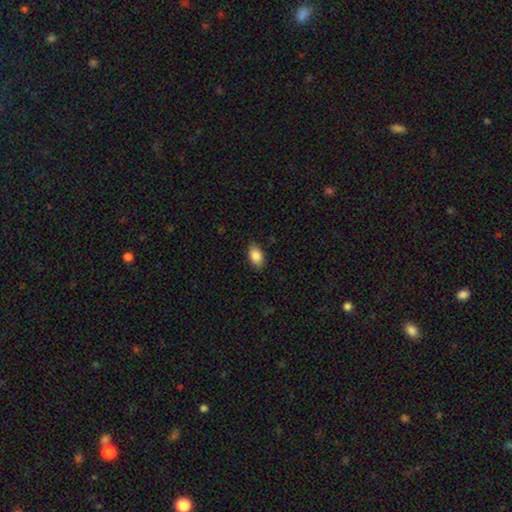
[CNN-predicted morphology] Smooth or featured?
  - smooth: 87% *
  - star or artifact: 7%
  - featured or disk: 6%
How rounded?
  - in between: 92% *
  - round: 6%
  - cigar-shaped: 2%
Merging?
  - none: 87% *
  - minor disturbance: 10%
  - major disturbance: 2%
  - merger: 1%